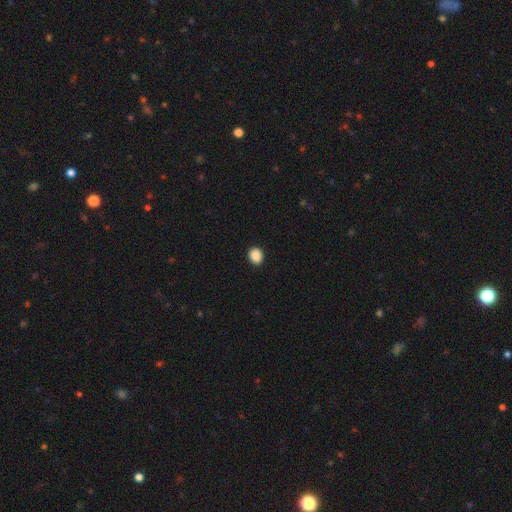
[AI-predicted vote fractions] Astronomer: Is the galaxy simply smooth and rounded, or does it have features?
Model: smooth — 89%.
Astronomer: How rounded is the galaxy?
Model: round — 64%.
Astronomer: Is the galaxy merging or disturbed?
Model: none — 92%.